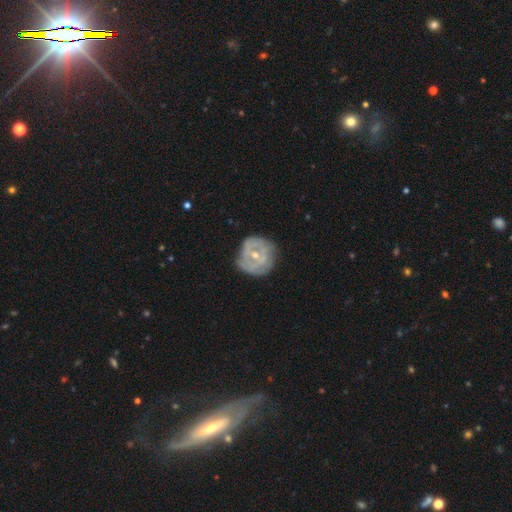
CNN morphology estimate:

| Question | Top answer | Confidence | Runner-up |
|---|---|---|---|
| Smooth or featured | featured or disk | 67% | smooth (27%) |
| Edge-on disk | no | 97% | yes (3%) |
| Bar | no | 54% | weak (35%) |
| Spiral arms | yes | 58% | no (42%) |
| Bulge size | moderate | 53% | small (44%) |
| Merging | none | 62% | minor disturbance (25%) |